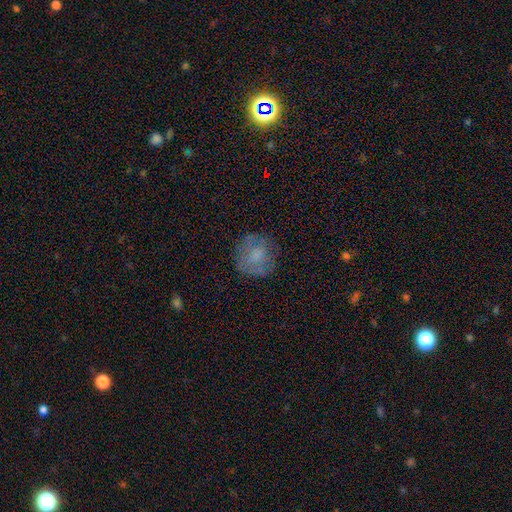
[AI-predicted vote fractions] This is possibly a smooth galaxy (59%). How rounded: clearly round (86%). Merging: likely none (72%).